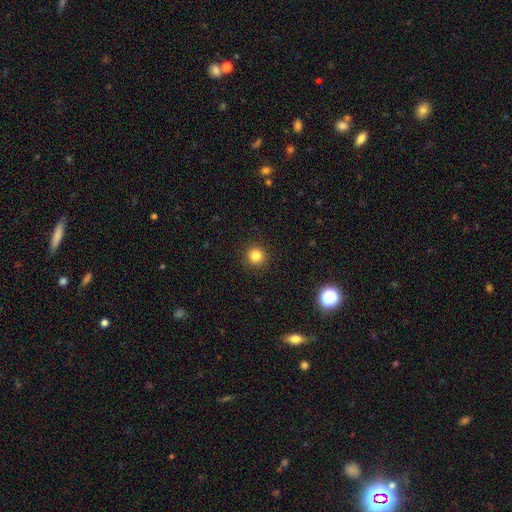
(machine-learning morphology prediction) smooth 83%, star or artifact 12%, featured or disk 5%. Down the decision tree: how rounded — round (95%); merging — none (92%).